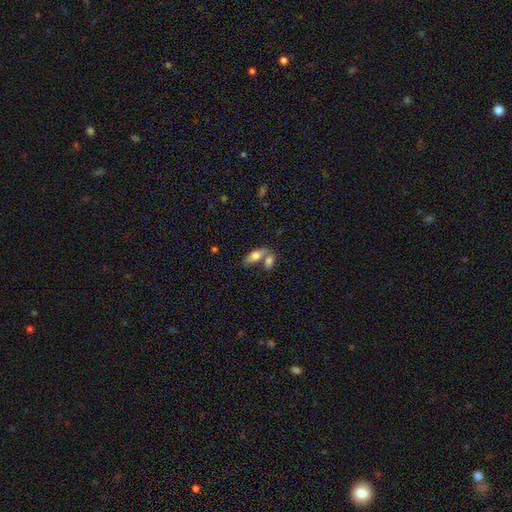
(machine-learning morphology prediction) Overall: smooth (77%). How rounded: in between (85%). Merging: merger (49%; none 38%).